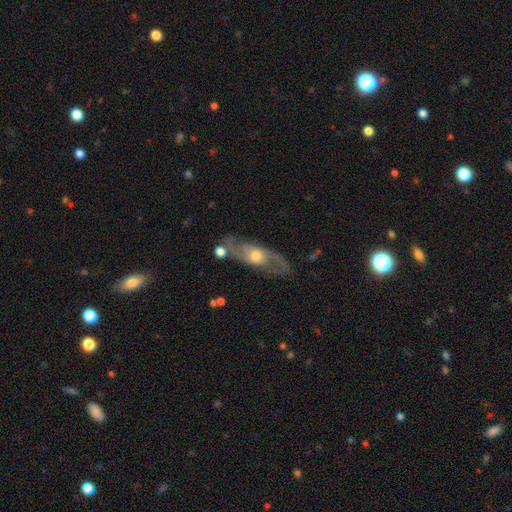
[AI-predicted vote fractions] Smooth or featured: featured or disk — 70% (smooth — 23%)
Edge-on disk: no — 79% (yes — 21%)
Bar: no — 71% (weak — 23%)
Spiral arms: yes — 78% (no — 22%)
Bulge size: moderate — 68% (small — 19%)
Merging: none — 68% (minor disturbance — 18%)